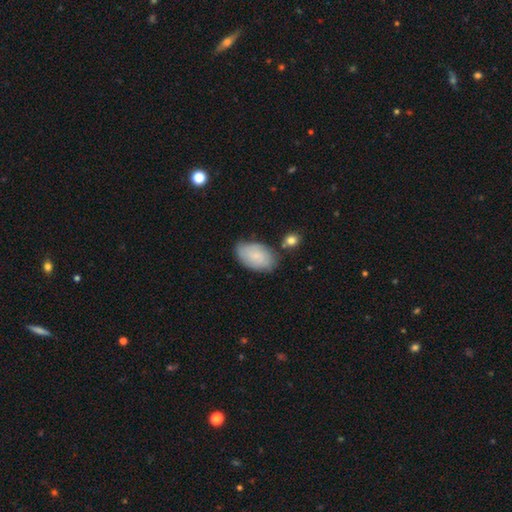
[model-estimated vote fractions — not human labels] A smooth galaxy with no disk features (69%) that is in between round and cigar-shaped (94%). Merging: none (68%).